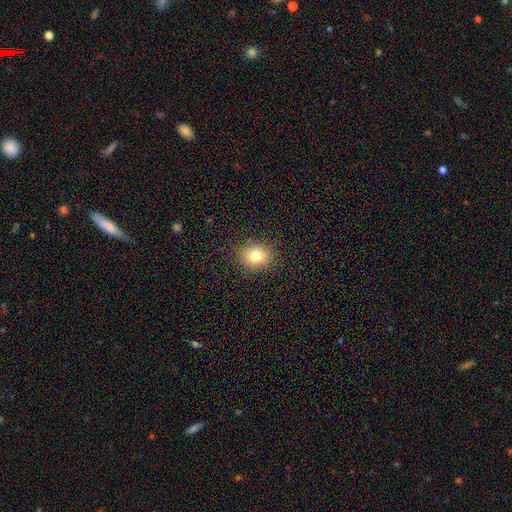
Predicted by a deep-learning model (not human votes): smooth 79%, star or artifact 13%, featured or disk 9%. Down the decision tree: how rounded — round (71%); merging — none (89%).